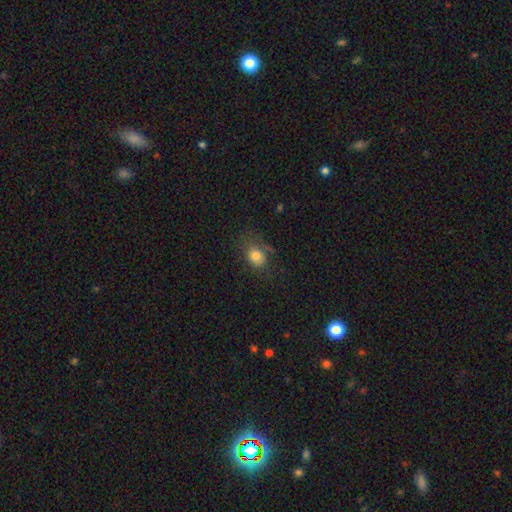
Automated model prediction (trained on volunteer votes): Morphology: type=smooth (77%); roundness=in between (54%); merging=none (58%).